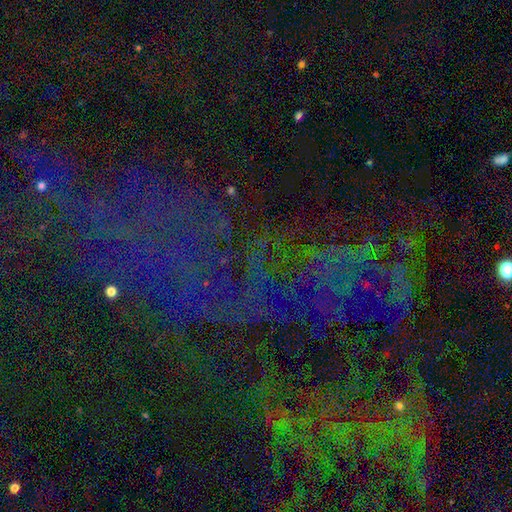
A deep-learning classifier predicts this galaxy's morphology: A star or artifact, not a galaxy (74%).

Vote fractions:
- Smooth or featured? star or artifact: 74% / featured or disk: 14% / smooth: 12%